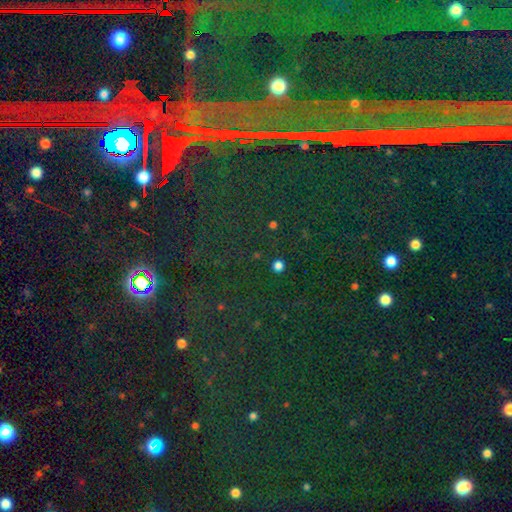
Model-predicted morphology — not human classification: This appears to be a star or artifact, not a galaxy (86%).